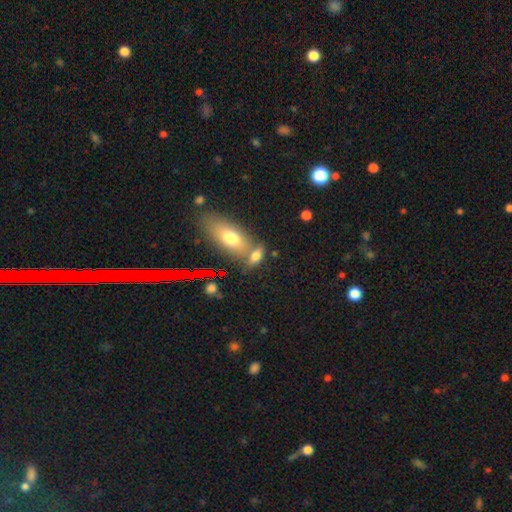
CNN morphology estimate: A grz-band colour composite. It shows a smooth galaxy with no disk features (68%) that is in between round and cigar-shaped (74%). Merging: none (51%).